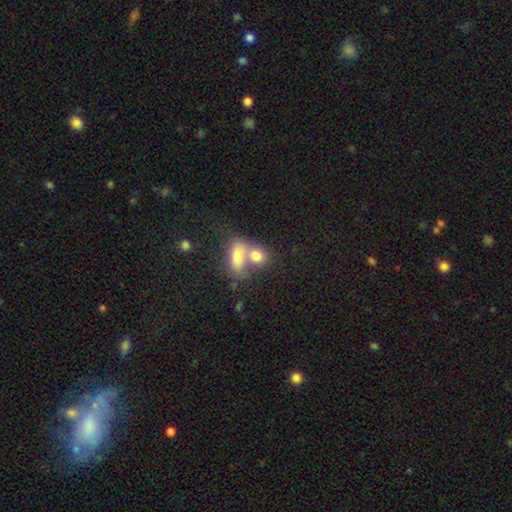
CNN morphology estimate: A smooth galaxy with no disk features (77%) that is in between round and cigar-shaped (64%). Merging: merger (66%).